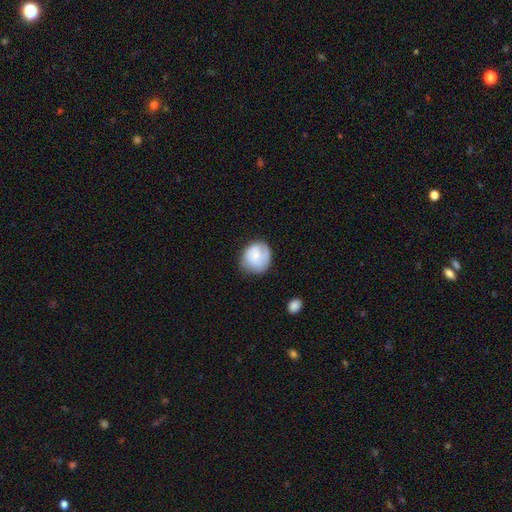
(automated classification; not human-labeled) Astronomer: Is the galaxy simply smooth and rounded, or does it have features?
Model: smooth — 67%.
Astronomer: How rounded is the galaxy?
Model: round — 76%.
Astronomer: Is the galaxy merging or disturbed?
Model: none — 65%.